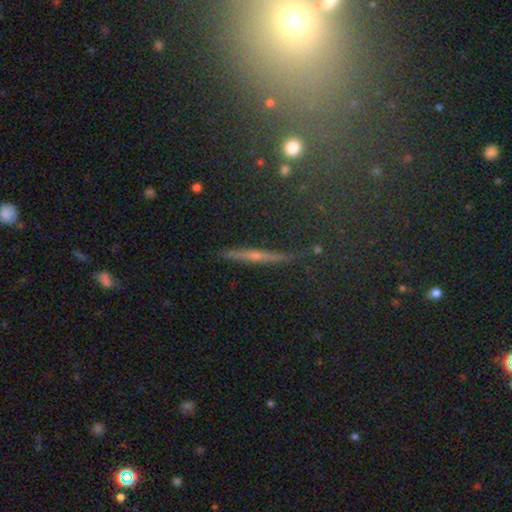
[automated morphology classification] This is likely a featured or disk galaxy (60%). It is clearly viewed edge-on (94%). Edge-on bulge: likely rounded (73%). Merging: clearly none (87%).